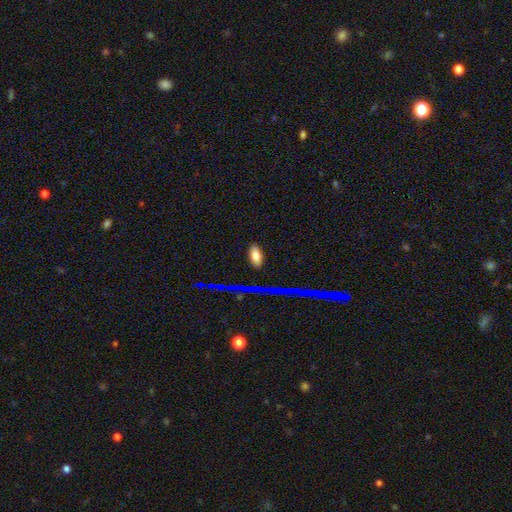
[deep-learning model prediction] A smooth galaxy with no disk features (78%) that is in between round and cigar-shaped (88%).

Vote fractions:
- Smooth or featured? smooth: 78% / star or artifact: 12% / featured or disk: 11%
- How rounded? in between: 88% / cigar-shaped: 9% / round: 3%
- Merging? none: 86% / minor disturbance: 11% / major disturbance: 2% / merger: 1%